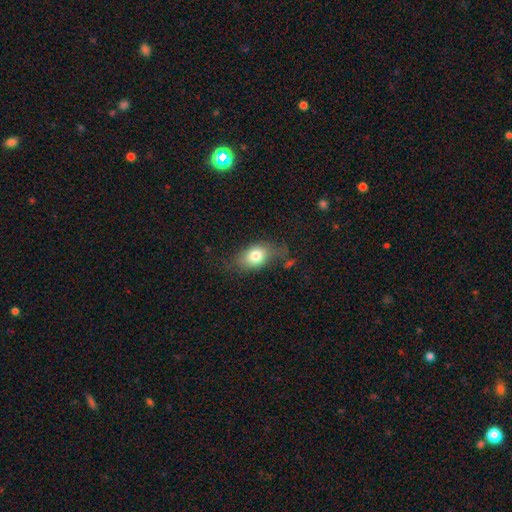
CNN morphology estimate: Smooth or featured? Predicted: smooth (p=0.77). How rounded? Predicted: in between (p=0.76). Merging? Predicted: none (p=0.61).